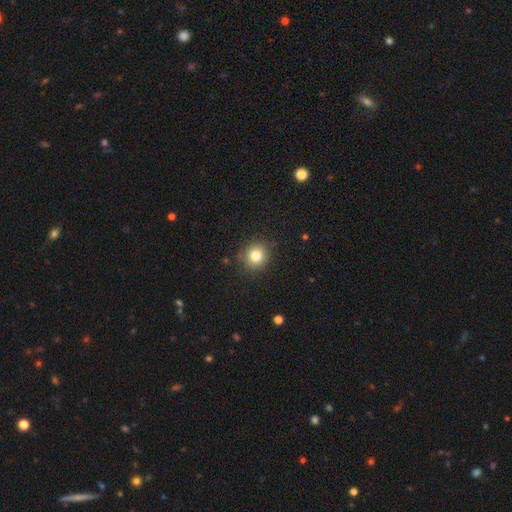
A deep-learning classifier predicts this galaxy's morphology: Smooth or featured? Predicted: smooth (p=0.81). How rounded? Predicted: round (p=0.87). Merging? Predicted: none (p=0.87).